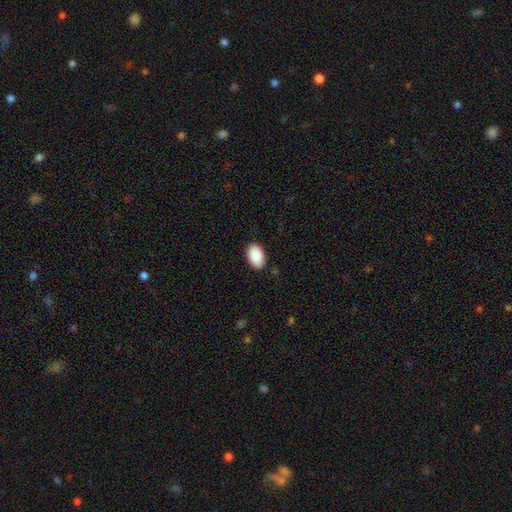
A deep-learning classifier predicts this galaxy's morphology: This is clearly a smooth galaxy (91%). How rounded: clearly in between (93%). Merging: clearly none (88%).